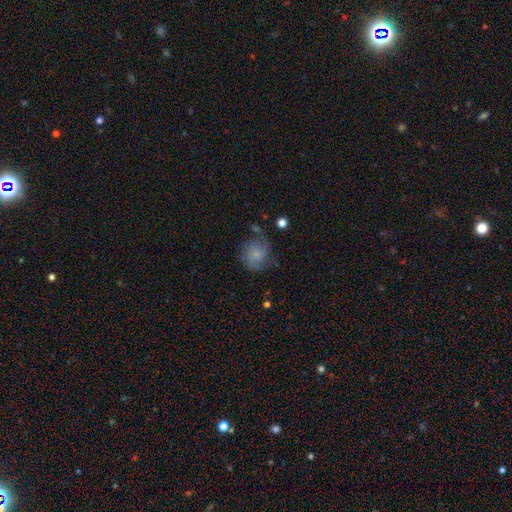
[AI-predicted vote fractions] Overall: smooth (62%; featured or disk 28%). How rounded: round (80%). Merging: none (61%; minor disturbance 24%).